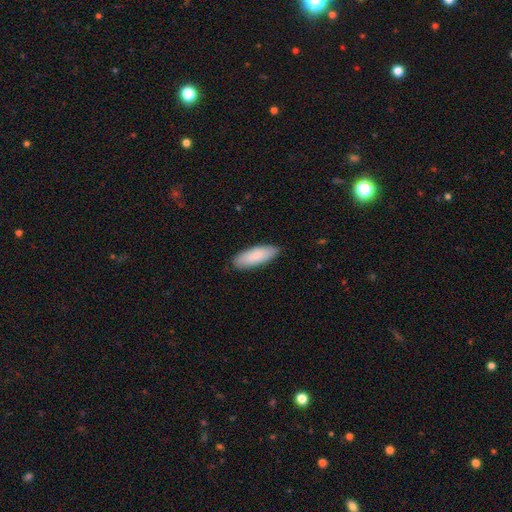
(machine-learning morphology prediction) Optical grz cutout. It shows a smooth galaxy with no disk features (86%) that is in between round and cigar-shaped (63%). Merging: none (87%).